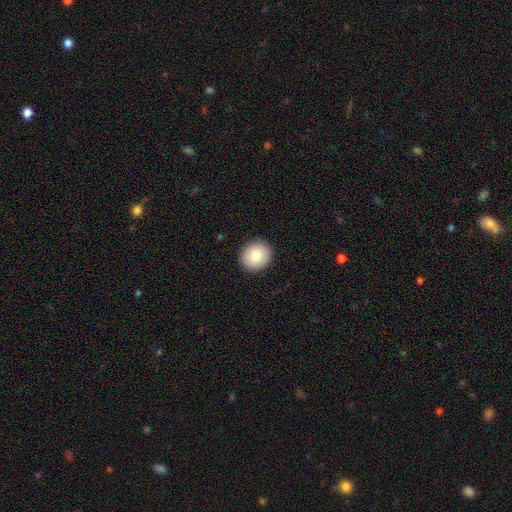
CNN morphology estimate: type=smooth (83%); roundness=round (84%); merging=none (91%).